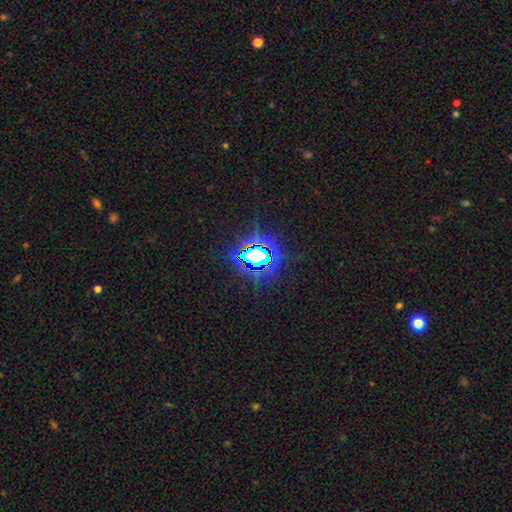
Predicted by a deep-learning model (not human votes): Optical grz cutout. It shows a star or artifact, not a galaxy (78%).